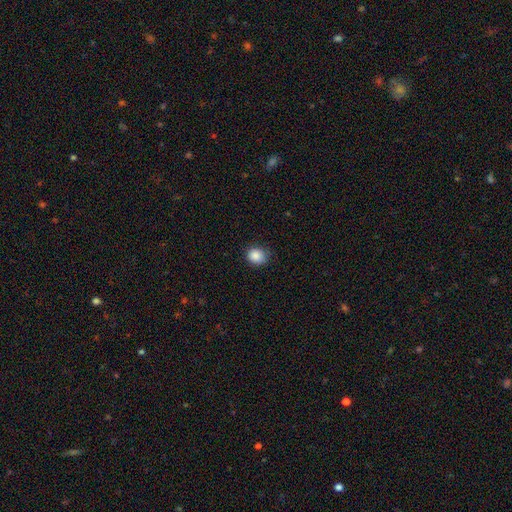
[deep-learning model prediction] Morphology: type=smooth (88%); roundness=round (68%); merging=none (82%).